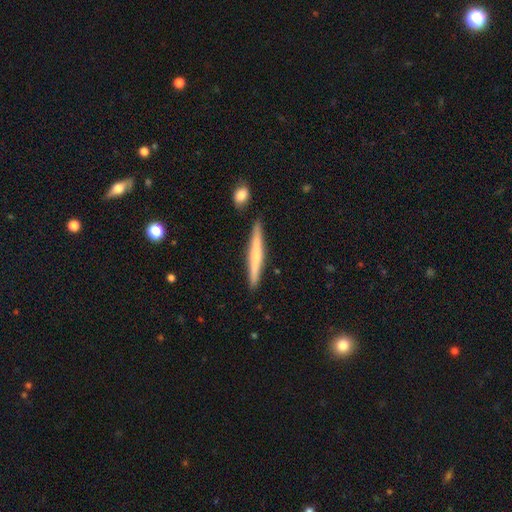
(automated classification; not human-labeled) This is possibly a featured or disk galaxy (47%, tied with smooth). Merging: clearly none (89%).